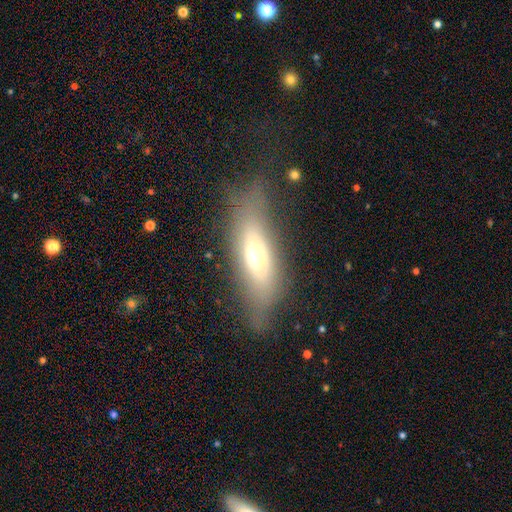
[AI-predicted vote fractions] Smooth or featured?
  - smooth: 50% *
  - featured or disk: 40%
  - star or artifact: 10%
How rounded?
  - in between: 49% *
  - cigar-shaped: 47%
  - round: 3%
Merging?
  - none: 61% *
  - minor disturbance: 23%
  - major disturbance: 14%
  - merger: 2%